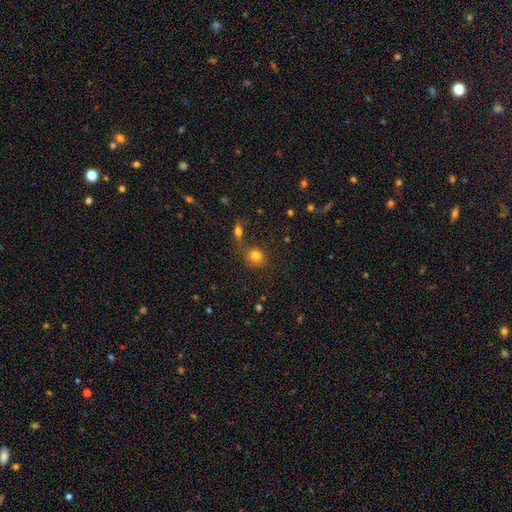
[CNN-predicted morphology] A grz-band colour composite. It shows a smooth galaxy with no disk features (80%) that is round (74%). Merging: none (61%).